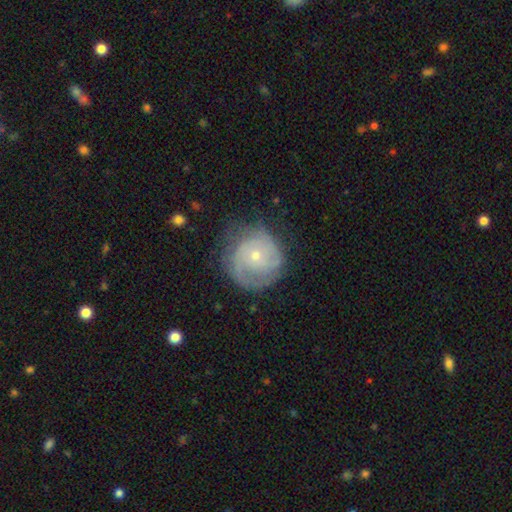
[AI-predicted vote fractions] A featured or disk galaxy (67%) with no bar (78%), tight (56%) spiral arms (84%) and a small central bulge (70%).

Vote fractions:
- Smooth or featured? featured or disk: 67% / smooth: 26% / star or artifact: 7%
- Edge-on disk? no: 97% / yes: 3%
- Bar? no: 78% / weak: 18% / strong: 3%
- Spiral arms? yes: 84% / no: 16%
- Spiral winding? tight: 56% / medium: 32% / loose: 13%
- Spiral arm count? can't tell: 36% / 2: 34% / 3: 14% / 1: 9% / 4: 4% / more than 4: 4%
- Bulge size? small: 70% / moderate: 27% / large: 1% / none: 1% / dominant: 1%
- Merging? none: 62% / minor disturbance: 24% / major disturbance: 13% / merger: 1%